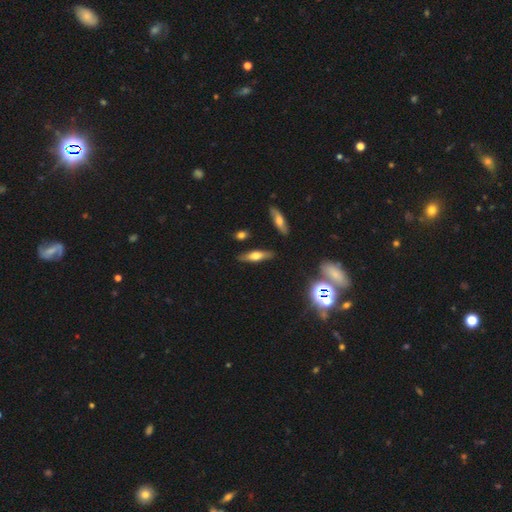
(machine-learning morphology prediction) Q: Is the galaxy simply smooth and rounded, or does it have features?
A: smooth — 47%.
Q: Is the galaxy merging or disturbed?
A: none — 84%.